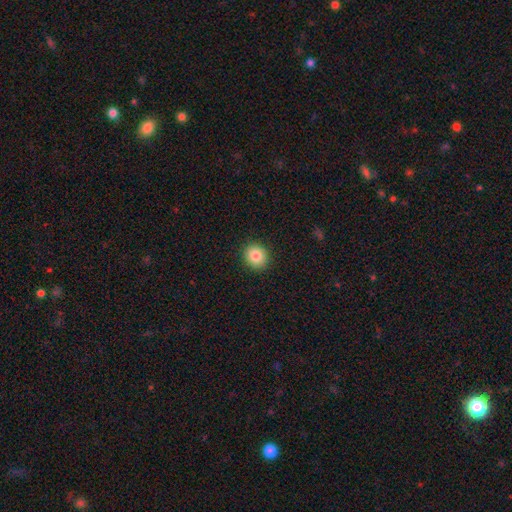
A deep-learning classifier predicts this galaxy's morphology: This appears to be a smooth galaxy with no disk features (84%) that is round (83%). Merging: none (91%).